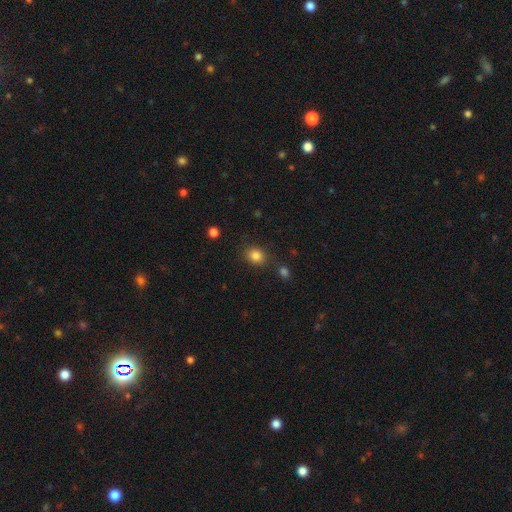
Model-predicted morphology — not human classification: This appears to be a smooth galaxy with no disk features (84%) that is round (62%). Merging: none (78%).